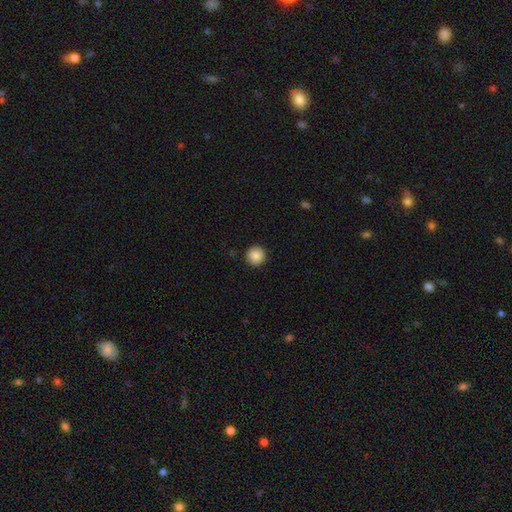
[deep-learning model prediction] Overall: smooth (88%). How rounded: round (95%). Merging: none (92%).